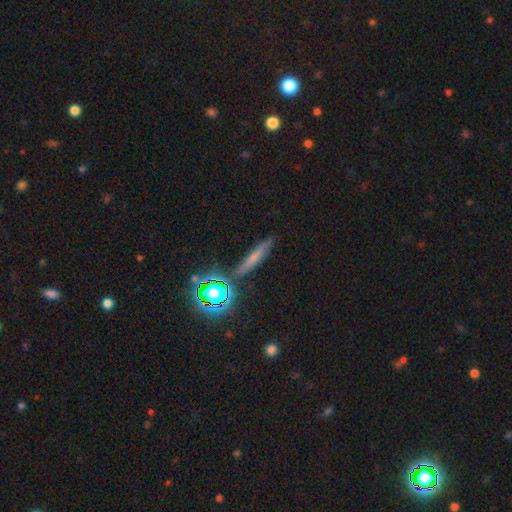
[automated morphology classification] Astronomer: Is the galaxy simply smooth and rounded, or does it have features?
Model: smooth — 50% (runner-up: featured or disk, 28%).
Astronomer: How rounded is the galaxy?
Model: cigar-shaped — 81%.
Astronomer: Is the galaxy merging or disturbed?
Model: none — 82%.